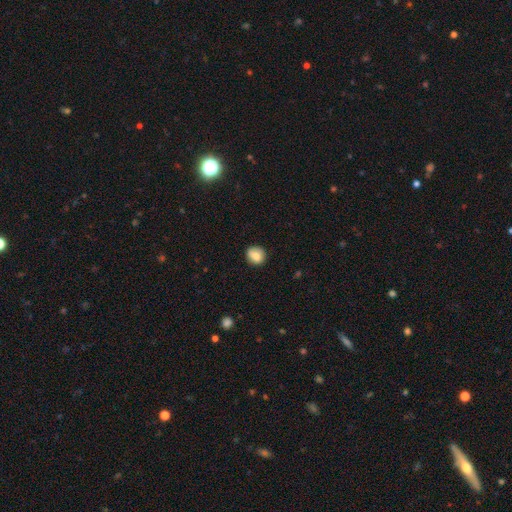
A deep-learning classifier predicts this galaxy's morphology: Q: Smooth or featured?
A: smooth (79%); runner-up: featured or disk (12%)
Q: How rounded?
A: round (83%); runner-up: in between (16%)
Q: Merging?
A: none (80%); runner-up: minor disturbance (15%)